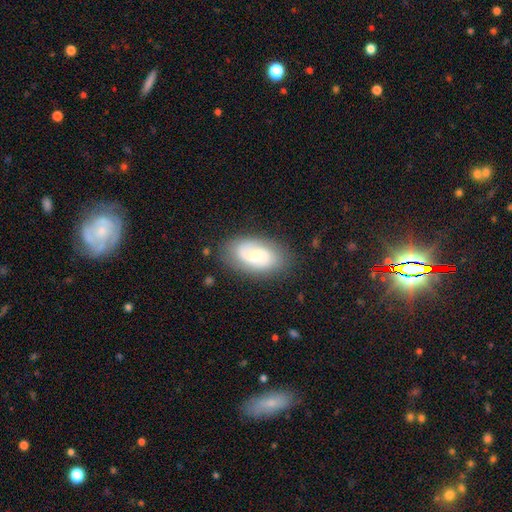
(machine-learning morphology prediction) type=featured or disk (69%); edge-on=no (97%); bar=weak (48%); spiral arms=yes (92%); winding=medium (46%); arm count=2 (81%); bulge=small (46%); merging=none (78%).